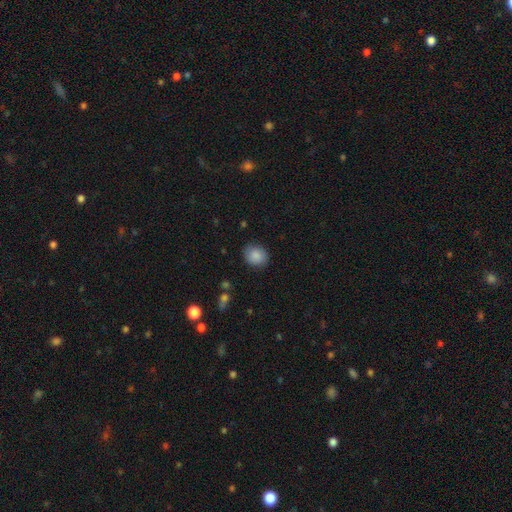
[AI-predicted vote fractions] Smooth or featured? Predicted: smooth (p=0.86). How rounded? Predicted: round (p=0.67). Merging? Predicted: none (p=0.82).